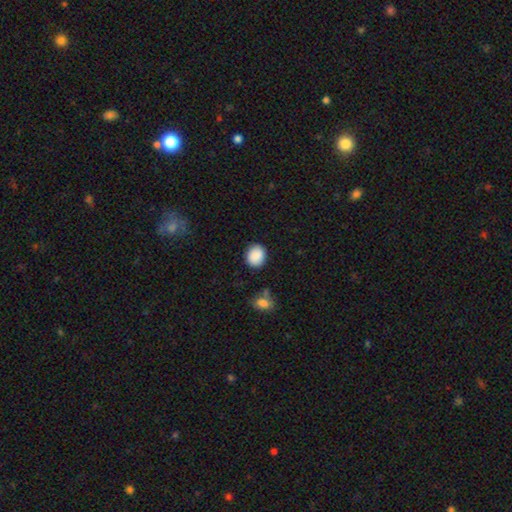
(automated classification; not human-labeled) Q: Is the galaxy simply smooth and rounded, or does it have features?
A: smooth — 89%.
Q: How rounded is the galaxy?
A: round — 68%.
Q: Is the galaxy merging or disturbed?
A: none — 85%.